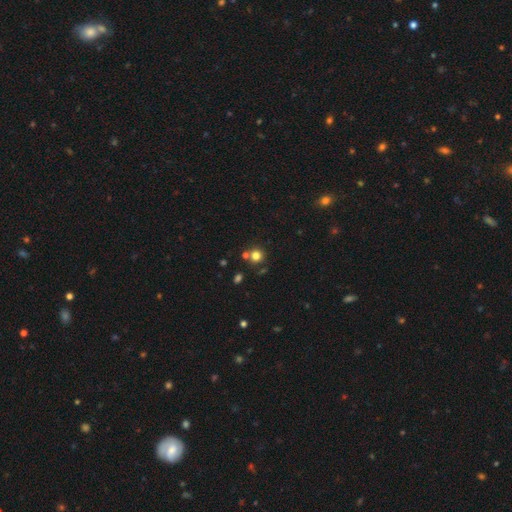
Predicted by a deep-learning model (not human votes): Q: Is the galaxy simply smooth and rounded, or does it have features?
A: smooth — 78%.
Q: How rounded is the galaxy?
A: round — 91%.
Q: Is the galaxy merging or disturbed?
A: none — 73%.